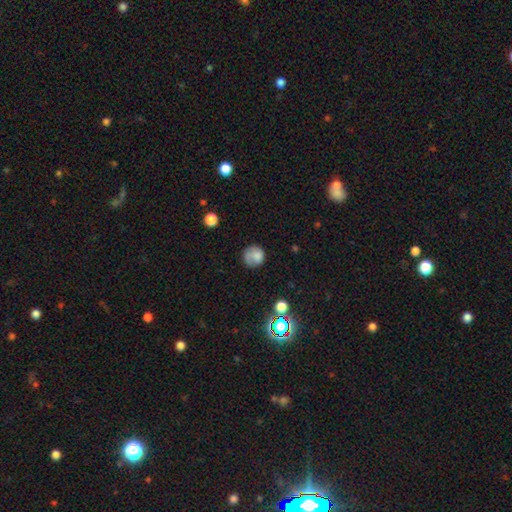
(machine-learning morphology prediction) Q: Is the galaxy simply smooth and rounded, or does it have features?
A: smooth — 70%.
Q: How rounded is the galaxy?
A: round — 82%.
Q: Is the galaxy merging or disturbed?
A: none — 56%.